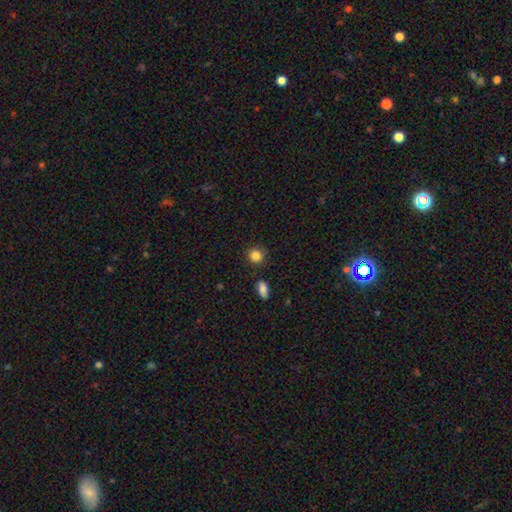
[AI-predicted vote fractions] Smooth or featured? Predicted: smooth (p=0.86). How rounded? Predicted: round (p=0.87). Merging? Predicted: none (p=0.85).